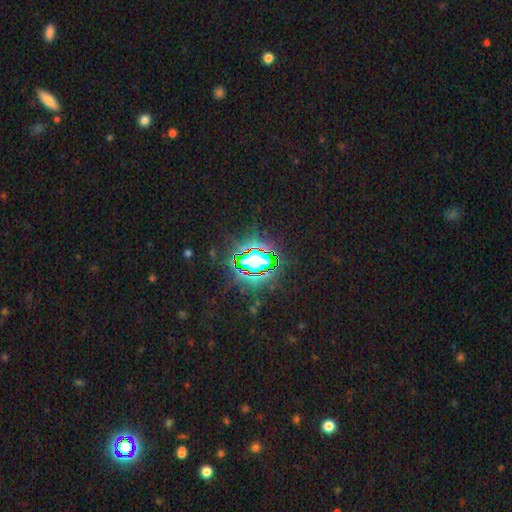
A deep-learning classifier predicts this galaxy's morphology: A star or artifact, not a galaxy (78%).